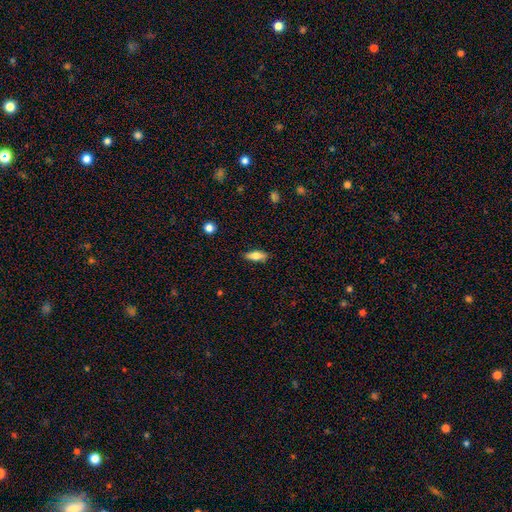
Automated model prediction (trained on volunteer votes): smooth 73%, featured or disk 20%, star or artifact 7%. Down the decision tree: how rounded — in between (62%); merging — none (85%).